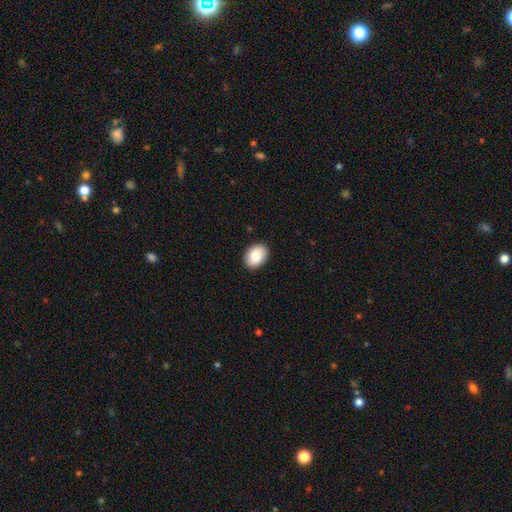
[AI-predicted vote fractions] smooth_or_featured: smooth (p=0.87) [alt: star or artifact p=0.07]
how_rounded: in between (p=0.80) [alt: round p=0.19]
merging: none (p=0.90) [alt: minor disturbance p=0.08]